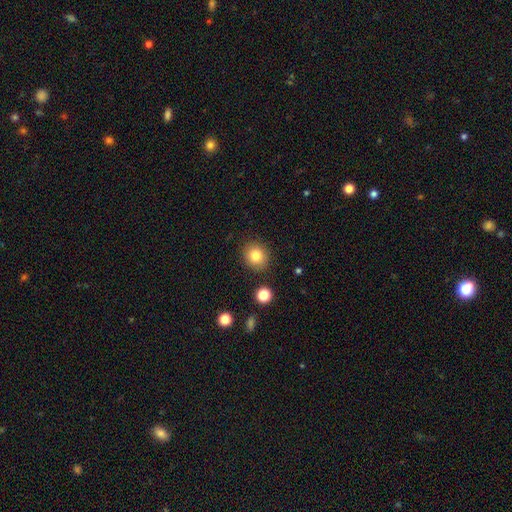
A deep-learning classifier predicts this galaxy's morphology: Smooth or featured? smooth (82%)
How rounded? round (79%)
Merging? none (87%)